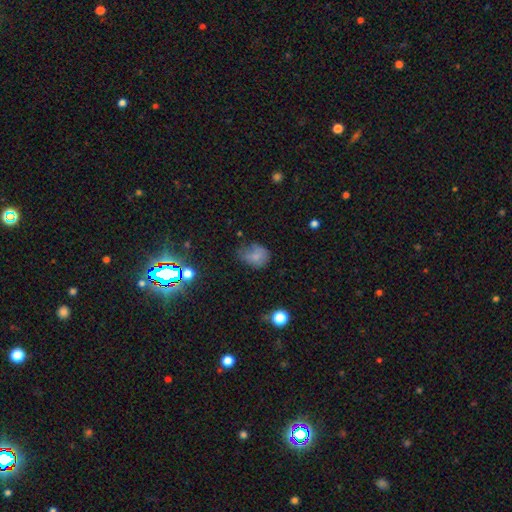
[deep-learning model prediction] The model was most divided on "how rounded": in between: 52%, round: 47%, cigar-shaped: 1%. Remaining: smooth or featured — smooth (72%); merging — none (42%).